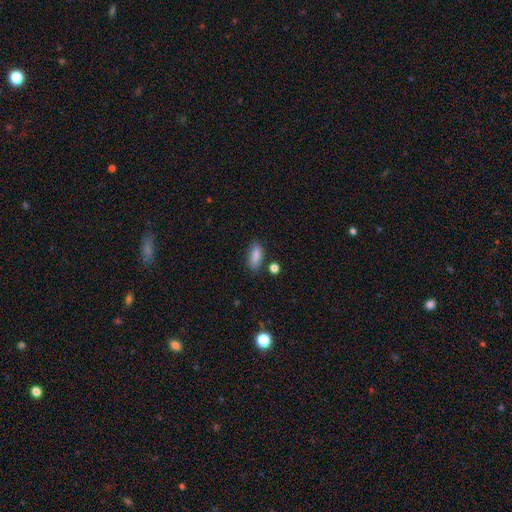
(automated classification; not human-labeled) This is clearly a smooth galaxy (87%). How rounded: likely in between (79%). Merging: likely none (78%).